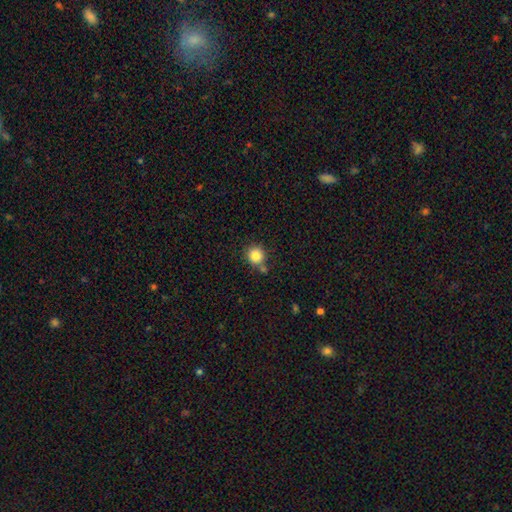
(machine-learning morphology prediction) Smooth or featured? smooth (84%)
How rounded? round (91%)
Merging? none (70%)